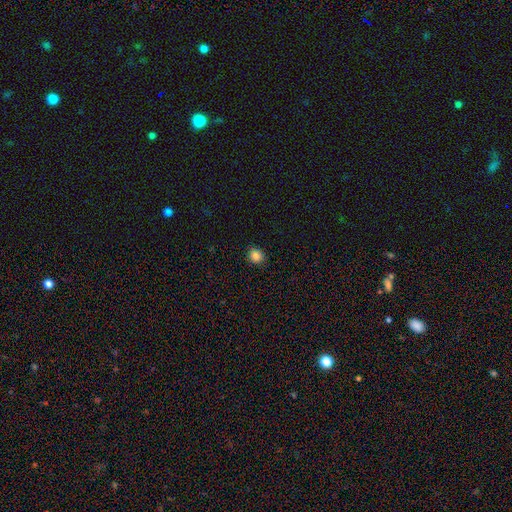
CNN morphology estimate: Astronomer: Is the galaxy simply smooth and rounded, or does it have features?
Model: smooth — 84%.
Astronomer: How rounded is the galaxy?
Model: round — 82%.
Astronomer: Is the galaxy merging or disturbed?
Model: none — 89%.